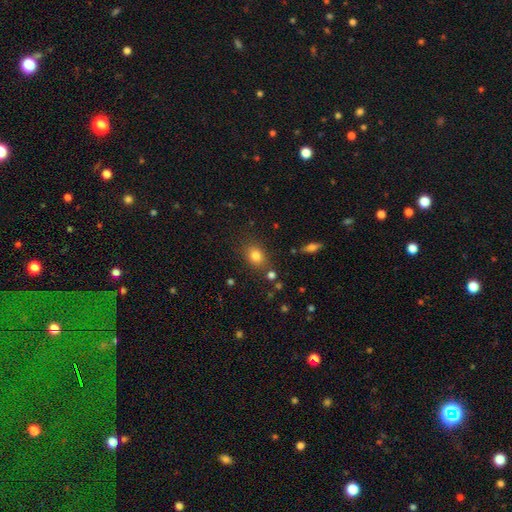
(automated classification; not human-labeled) Smooth or featured: smooth — 82% (star or artifact — 11%)
How rounded: in between — 58% (round — 40%)
Merging: none — 77% (minor disturbance — 13%)